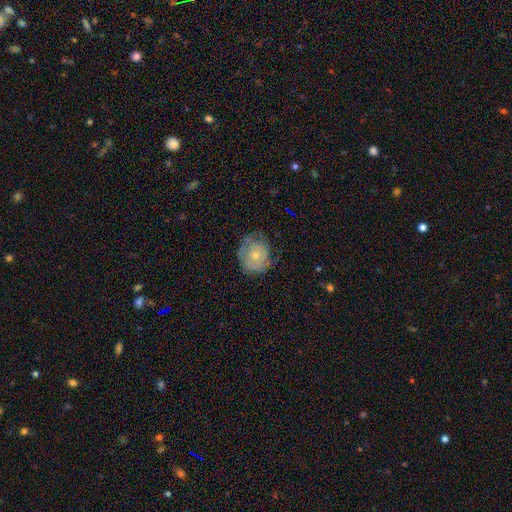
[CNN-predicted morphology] A smooth galaxy with no disk features (55%) that is round (76%). Merging: none (57%).